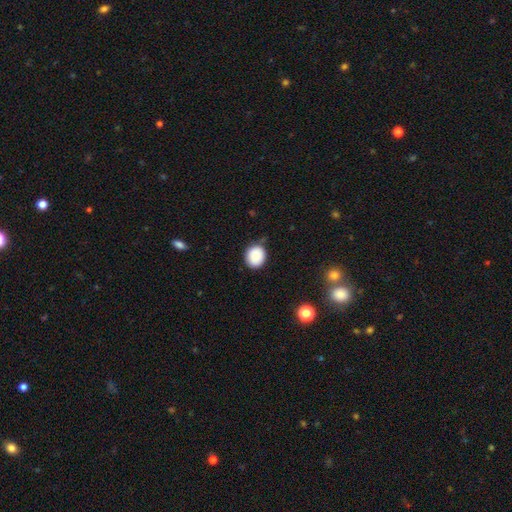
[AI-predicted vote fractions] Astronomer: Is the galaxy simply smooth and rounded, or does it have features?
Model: smooth — 88%.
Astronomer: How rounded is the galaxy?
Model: round — 73%.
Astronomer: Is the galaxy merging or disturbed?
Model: none — 78%.